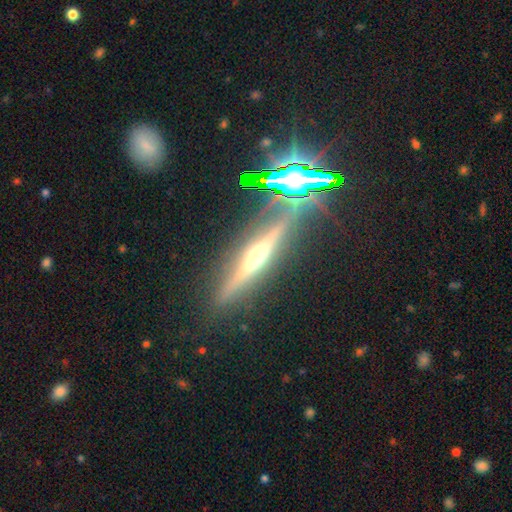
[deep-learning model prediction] Smooth or featured: featured or disk — 68% (star or artifact — 17%)
Edge-on disk: yes — 95% (no — 5%)
Edge-on bulge: rounded — 89% (boxy — 6%)
Merging: none — 83% (minor disturbance — 9%)